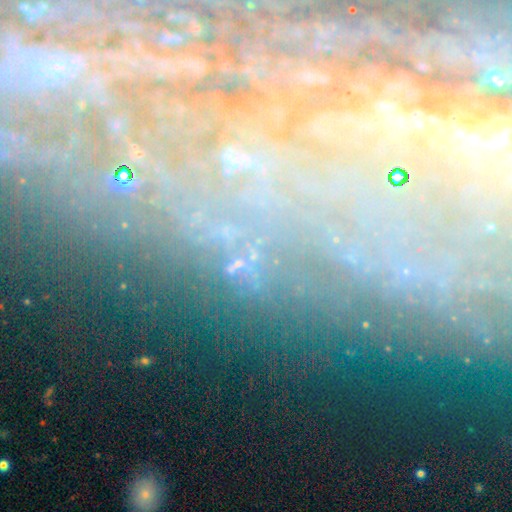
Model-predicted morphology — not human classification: Overall: star or artifact (49%; featured or disk 34%).